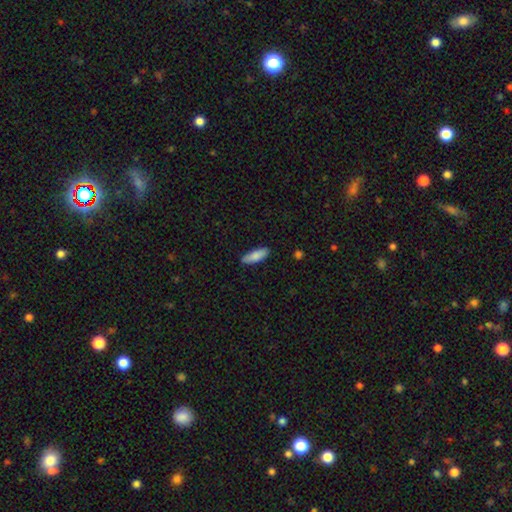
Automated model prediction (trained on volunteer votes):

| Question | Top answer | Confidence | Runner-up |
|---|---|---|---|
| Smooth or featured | smooth | 86% | featured or disk (9%) |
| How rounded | in between | 56% | cigar-shaped (42%) |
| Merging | none | 86% | minor disturbance (11%) |